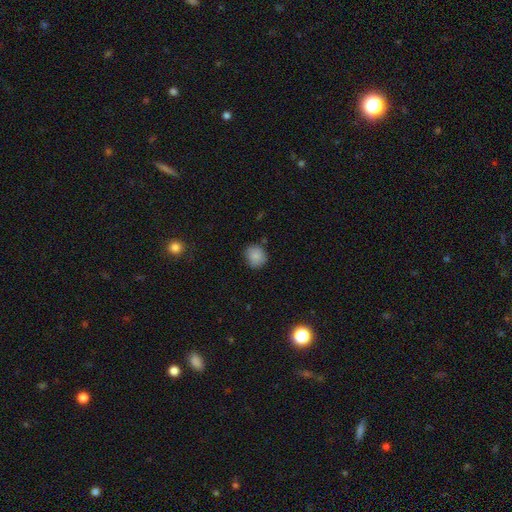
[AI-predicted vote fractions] Q: Smooth or featured?
A: smooth (86%); runner-up: star or artifact (9%)
Q: How rounded?
A: round (82%); runner-up: in between (17%)
Q: Merging?
A: none (79%); runner-up: minor disturbance (16%)